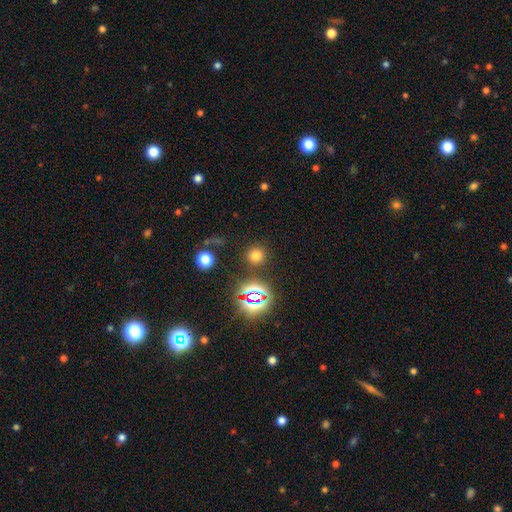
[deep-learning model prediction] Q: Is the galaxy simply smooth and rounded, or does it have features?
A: smooth — 69%.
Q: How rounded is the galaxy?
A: round — 93%.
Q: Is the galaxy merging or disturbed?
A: none — 87%.